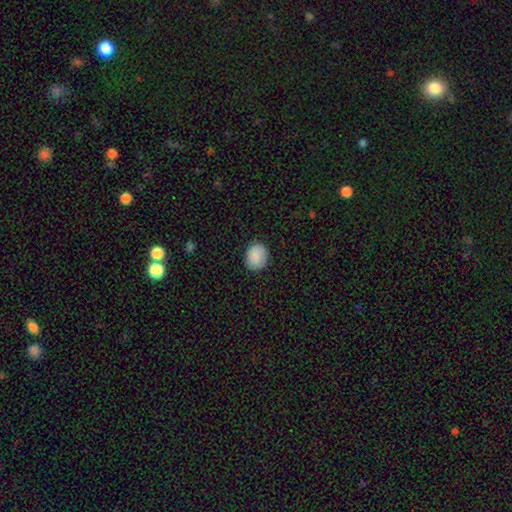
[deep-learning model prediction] A smooth galaxy with no disk features (89%) that is round (64%). Merging: none (87%).